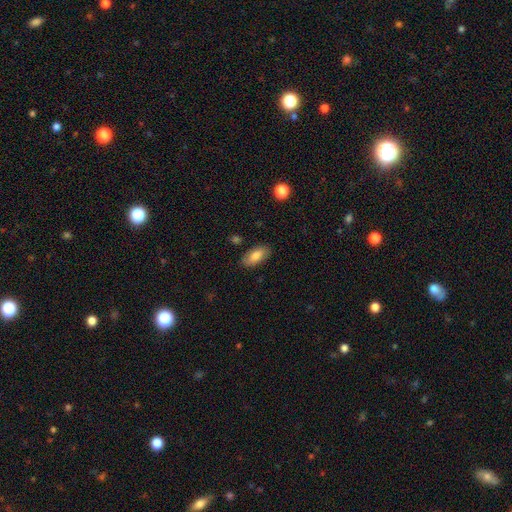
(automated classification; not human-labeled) The model was most divided on "smooth or featured": smooth: 79%, featured or disk: 15%, star or artifact: 7%. More confident: how rounded — in between (90%); merging — none (86%).